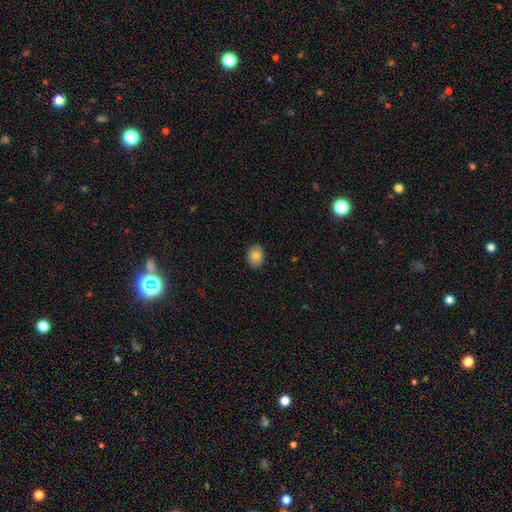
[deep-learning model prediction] smooth_or_featured: smooth (p=0.79) [alt: featured or disk p=0.13]
how_rounded: in between (p=0.65) [alt: round p=0.34]
merging: none (p=0.89) [alt: minor disturbance p=0.08]